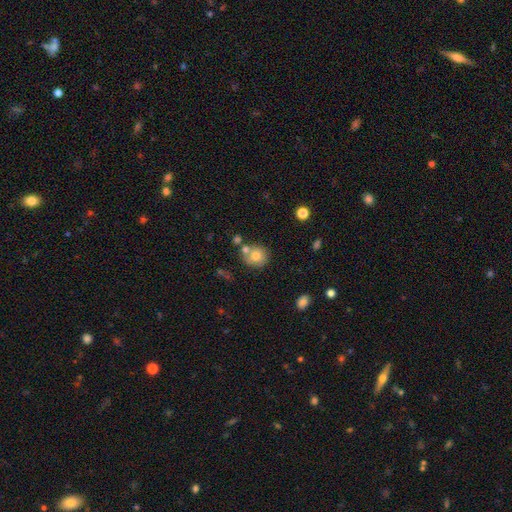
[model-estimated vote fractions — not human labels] Smooth or featured? Predicted: smooth (p=0.74). How rounded? Predicted: round (p=0.84). Merging? Predicted: none (p=0.60).